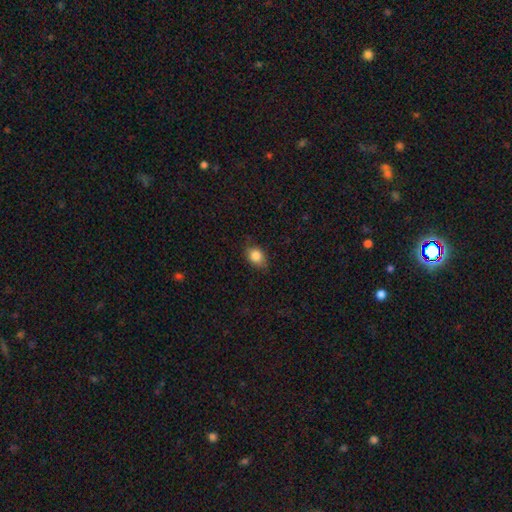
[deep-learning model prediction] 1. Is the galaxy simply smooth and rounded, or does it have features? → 82% smooth, 9% star or artifact, 9% featured or disk.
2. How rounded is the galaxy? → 65% in between, 33% round, 2% cigar-shaped.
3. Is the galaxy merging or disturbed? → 74% none, 21% minor disturbance, 4% major disturbance, 1% merger.